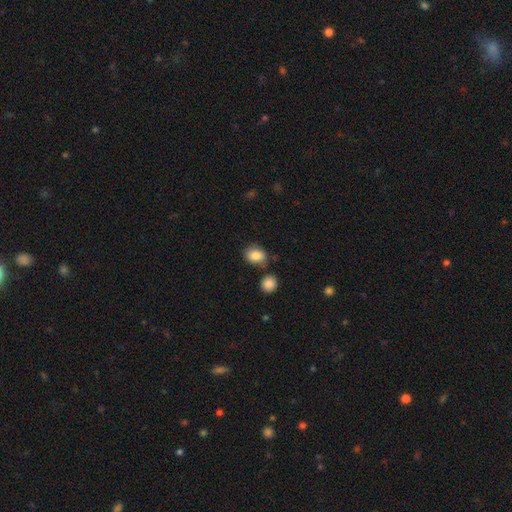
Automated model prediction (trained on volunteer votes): A smooth galaxy with no disk features (85%) that is in between round and cigar-shaped (66%). Merging: none (71%).